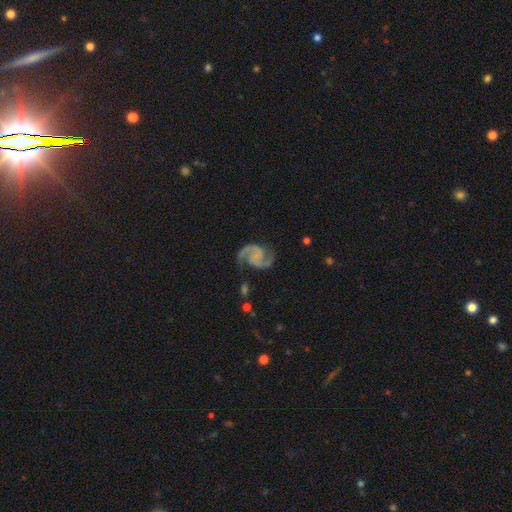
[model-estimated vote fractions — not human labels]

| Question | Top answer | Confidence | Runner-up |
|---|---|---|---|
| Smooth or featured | featured or disk | 91% | star or artifact (4%) |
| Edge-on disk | no | 99% | yes (1%) |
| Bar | no | 59% | weak (32%) |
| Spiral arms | yes | 98% | no (2%) |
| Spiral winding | medium | 57% | loose (28%) |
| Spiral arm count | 2 | 94% | can't tell (1%) |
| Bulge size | none | 61% | small (27%) |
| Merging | none | 77% | minor disturbance (14%) |